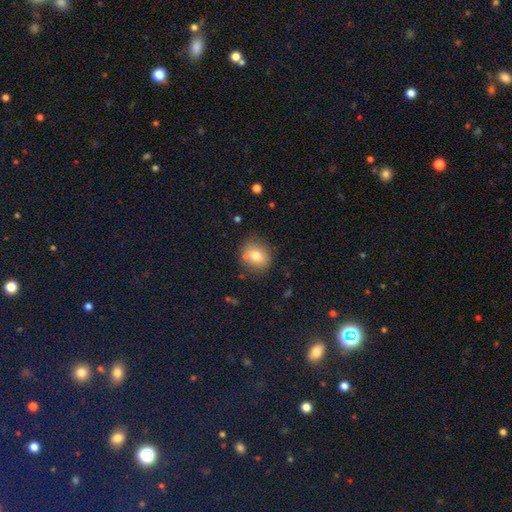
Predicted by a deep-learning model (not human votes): A smooth galaxy with no disk features (75%) that is round (72%). Merging: none (78%).